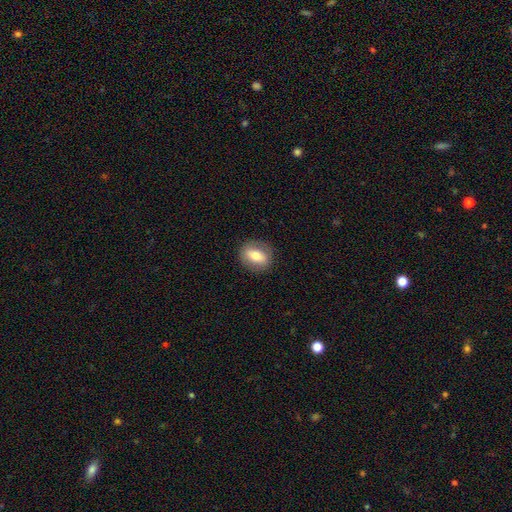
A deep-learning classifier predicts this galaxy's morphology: The model was most divided on "how rounded": in between: 54%, round: 43%, cigar-shaped: 3%. More confident: merging — none (86%); smooth or featured — smooth (64%).